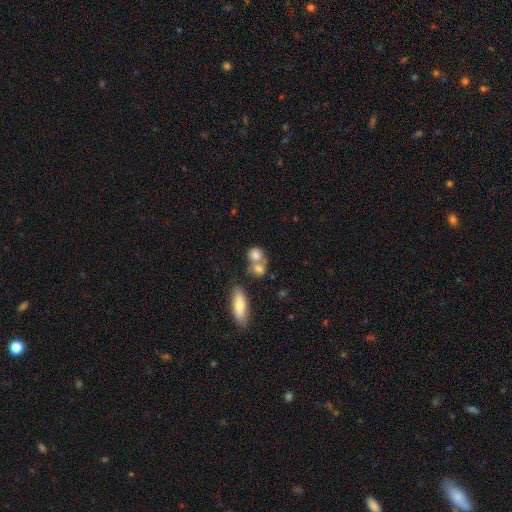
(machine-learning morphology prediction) type=smooth (76%); roundness=round (52%); merging=merger (55%).